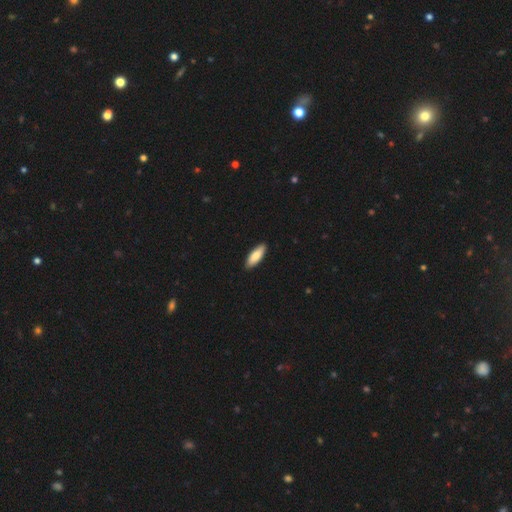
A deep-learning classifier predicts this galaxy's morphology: smooth-or-featured: smooth: 82% | featured or disk: 12% | star or artifact: 5%
  how-rounded: in between: 63% | cigar-shaped: 36% | round: 2%
  merging: none: 90% | minor disturbance: 7% | major disturbance: 1% | merger: 1%